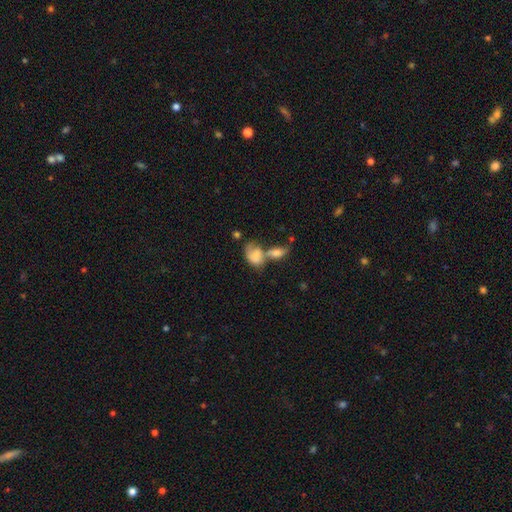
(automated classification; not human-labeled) Smooth or featured: smooth — 66% (featured or disk — 25%)
How rounded: in between — 83% (round — 15%)
Merging: merger — 56% (none — 19%)